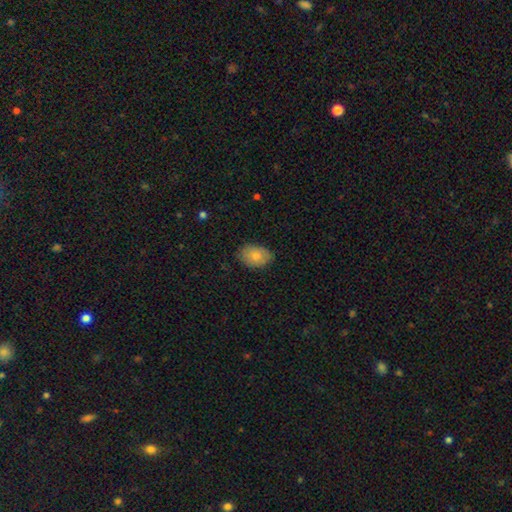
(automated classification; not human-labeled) Smooth or featured? smooth (82%)
How rounded? in between (83%)
Merging? none (82%)